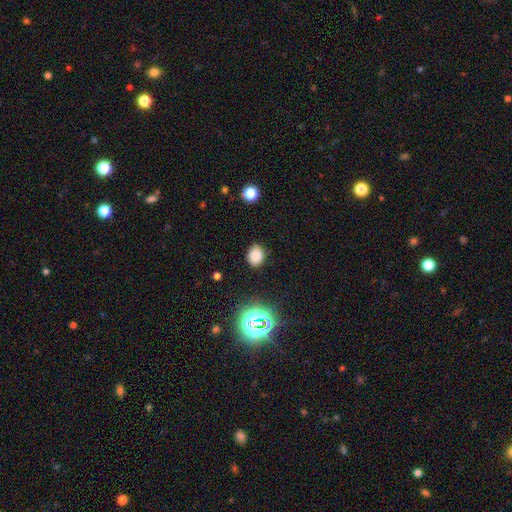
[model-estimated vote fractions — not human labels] Q: Smooth or featured?
A: smooth (81%); runner-up: star or artifact (15%)
Q: How rounded?
A: in between (54%); runner-up: round (45%)
Q: Merging?
A: none (85%); runner-up: minor disturbance (11%)